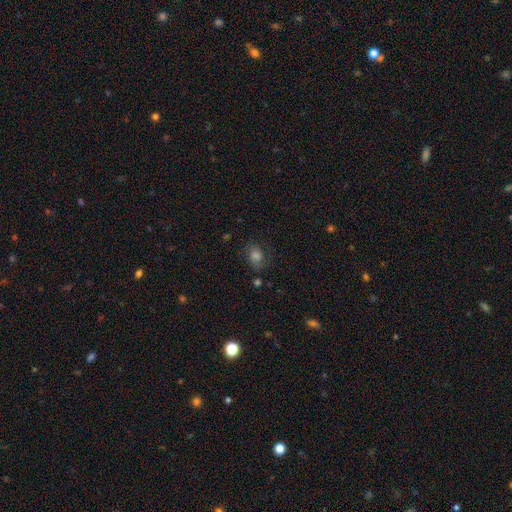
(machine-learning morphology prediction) This is possibly a smooth galaxy (54%). How rounded: possibly in between (50%). Merging: likely none (68%).